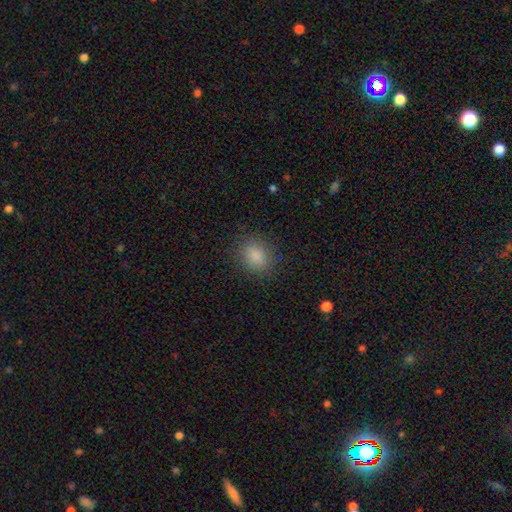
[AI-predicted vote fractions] Smooth or featured? smooth (86%)
How rounded? in between (50%)
Merging? none (85%)